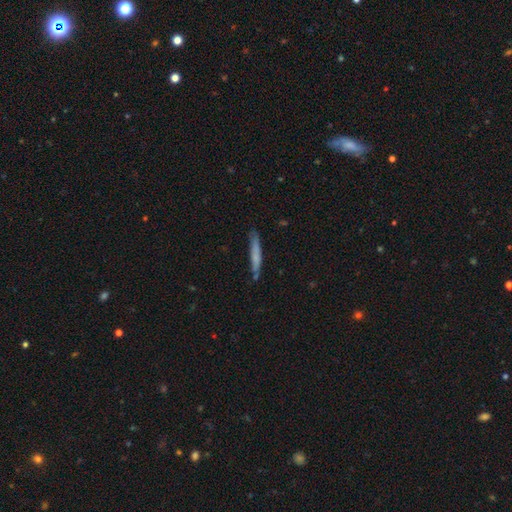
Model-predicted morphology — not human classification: The model was most divided on "smooth or featured": smooth: 66%, featured or disk: 28%, star or artifact: 6%. More confident: how rounded — cigar-shaped (95%); merging — none (80%).